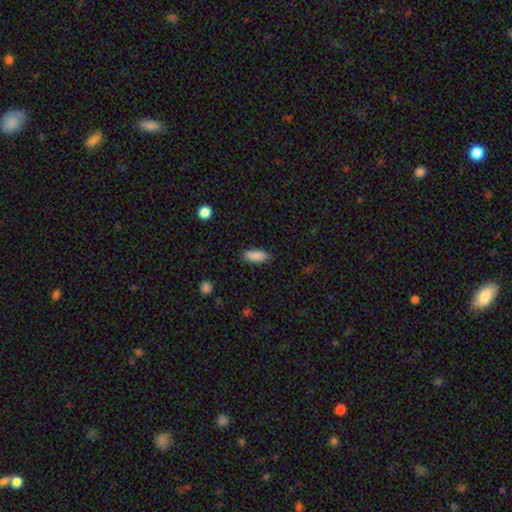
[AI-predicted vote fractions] The model was most divided on "how rounded": in between: 71%, cigar-shaped: 27%, round: 2%. More confident: smooth or featured — smooth (88%); merging — none (86%).